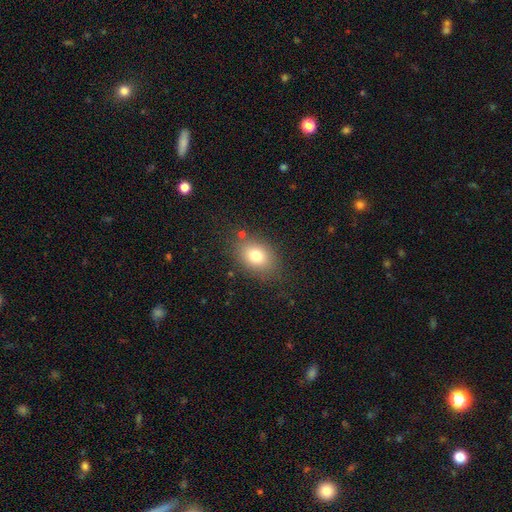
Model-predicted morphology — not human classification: Smooth or featured: smooth — 78% (featured or disk — 11%)
How rounded: in between — 71% (round — 28%)
Merging: none — 80% (minor disturbance — 13%)